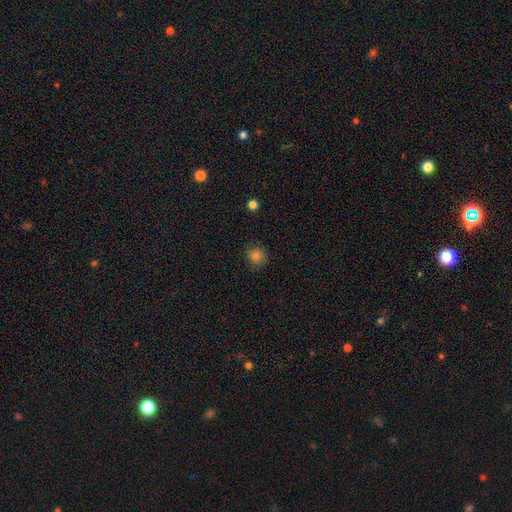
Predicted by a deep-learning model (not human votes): A smooth galaxy with no disk features (82%) that is round (86%).

Vote fractions:
- Smooth or featured? smooth: 82% / star or artifact: 12% / featured or disk: 6%
- How rounded? round: 86% / in between: 13% / cigar-shaped: 1%
- Merging? none: 83% / minor disturbance: 13% / major disturbance: 3% / merger: 1%